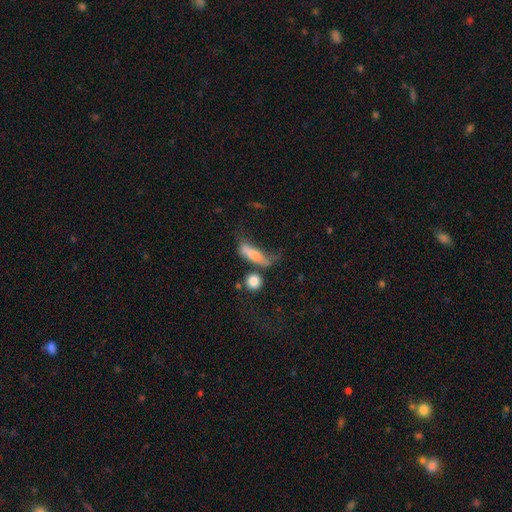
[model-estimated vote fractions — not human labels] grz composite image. It shows a smooth galaxy with no disk features (67%) that is cigar-shaped (48%). Merging: major disturbance (35%).